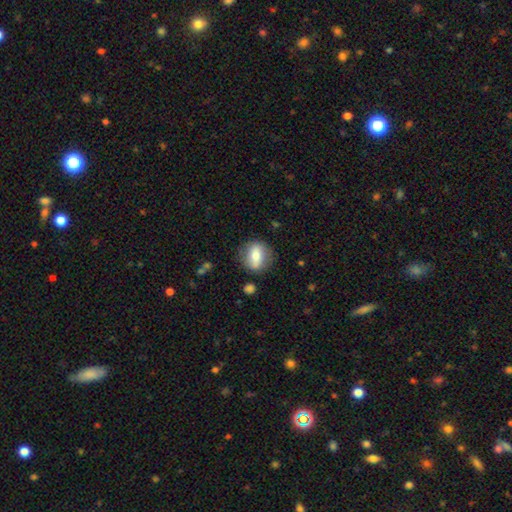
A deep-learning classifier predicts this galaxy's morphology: A smooth galaxy with no disk features (64%) that is round (52%).

Vote fractions:
- Smooth or featured? smooth: 64% / featured or disk: 29% / star or artifact: 7%
- How rounded? round: 52% / in between: 44% / cigar-shaped: 4%
- Merging? none: 80% / minor disturbance: 14% / major disturbance: 4% / merger: 2%